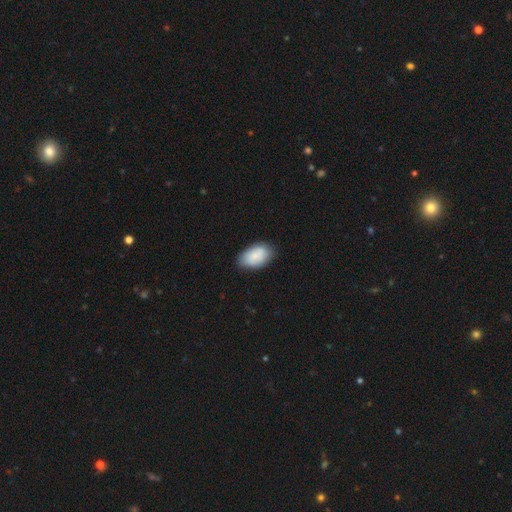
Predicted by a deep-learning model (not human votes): This is clearly a smooth galaxy (83%). How rounded: clearly in between (93%). Merging: likely none (78%).